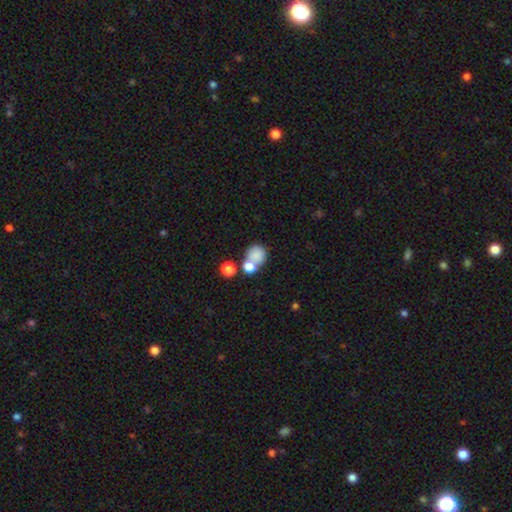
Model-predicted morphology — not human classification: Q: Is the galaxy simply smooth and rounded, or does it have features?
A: smooth — 79%.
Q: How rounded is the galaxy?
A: round — 76%.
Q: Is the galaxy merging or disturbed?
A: none — 46%.